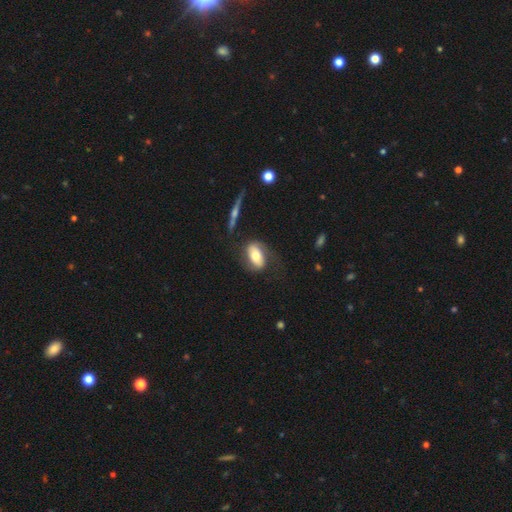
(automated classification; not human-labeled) Smooth or featured? Predicted: smooth (p=0.55). How rounded? Predicted: in between (p=0.90). Merging? Predicted: none (p=0.60).